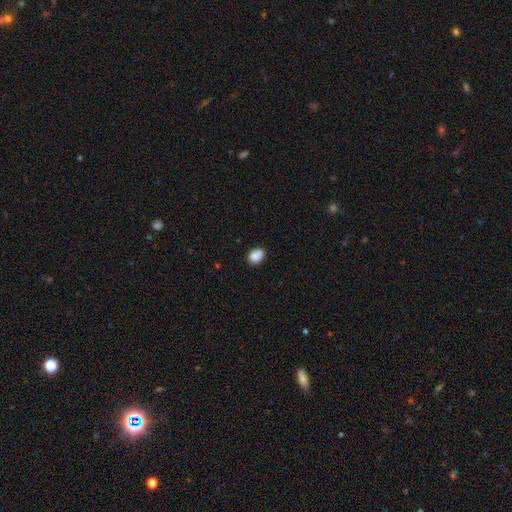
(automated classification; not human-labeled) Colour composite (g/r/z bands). It shows a smooth galaxy with no disk features (86%) that is in between round and cigar-shaped (67%). Merging: none (73%).